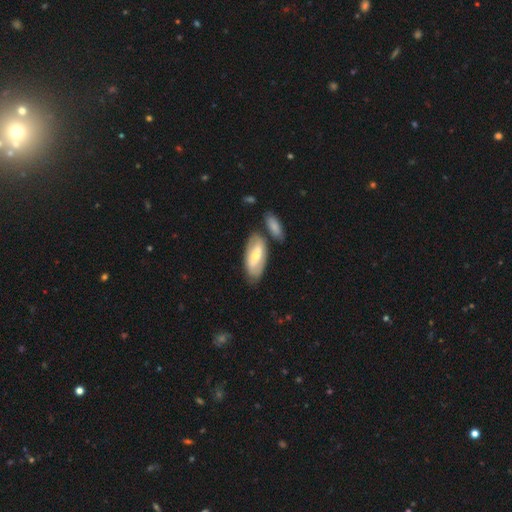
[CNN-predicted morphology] smooth-or-featured: smooth: 52% | featured or disk: 42% | star or artifact: 6%
  how-rounded: in between: 87% | cigar-shaped: 11% | round: 3%
  merging: none: 66% | minor disturbance: 16% | merger: 14% | major disturbance: 5%